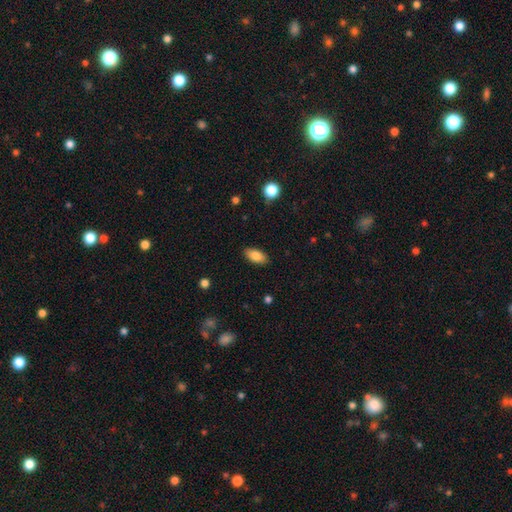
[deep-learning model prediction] Smooth or featured: smooth — 84% (featured or disk — 9%)
How rounded: in between — 91% (cigar-shaped — 6%)
Merging: none — 88% (minor disturbance — 9%)